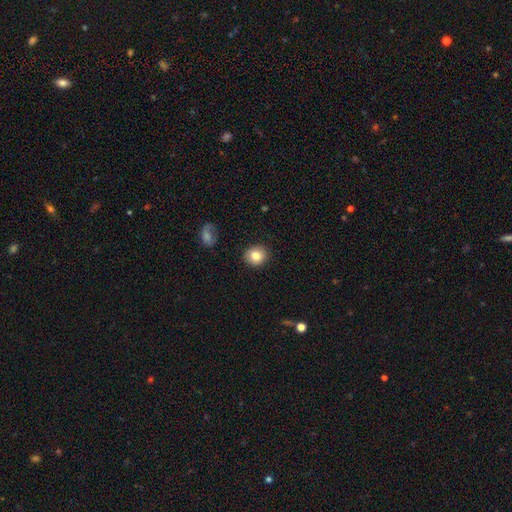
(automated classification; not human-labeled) Smooth or featured?
  - smooth: 82% *
  - star or artifact: 9%
  - featured or disk: 9%
How rounded?
  - round: 79% *
  - in between: 20%
  - cigar-shaped: 1%
Merging?
  - none: 89% *
  - minor disturbance: 8%
  - major disturbance: 2%
  - merger: 1%